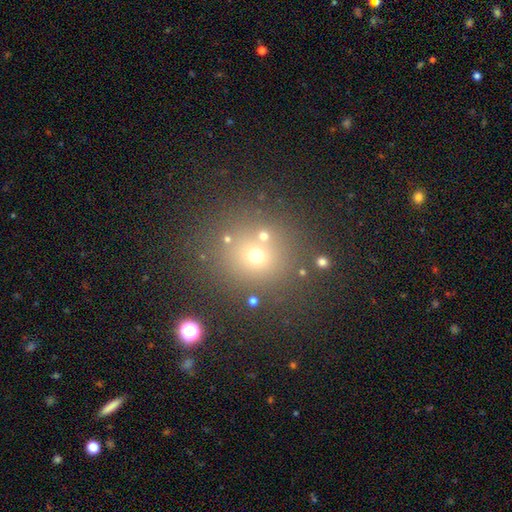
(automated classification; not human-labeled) This is possibly a smooth galaxy (60%). How rounded: clearly round (86%). Merging: likely none (75%).